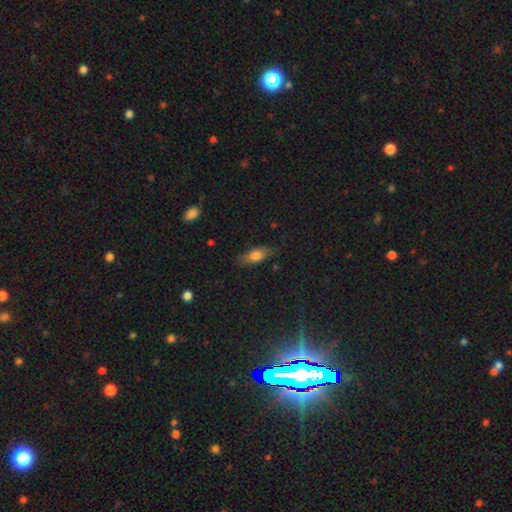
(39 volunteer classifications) Smooth or featured: smooth — 79% (featured or disk — 15%)
How rounded: in between — 81% (cigar-shaped — 19%)
Merging: none — 86% (minor disturbance — 11%)